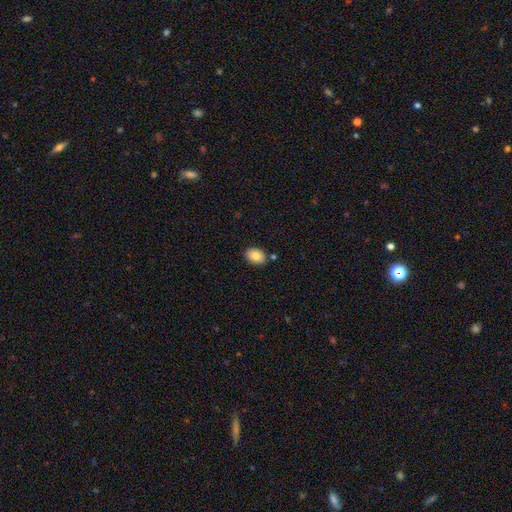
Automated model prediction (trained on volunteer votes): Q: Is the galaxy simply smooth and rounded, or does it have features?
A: smooth — 83%.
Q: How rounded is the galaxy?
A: in between — 77%.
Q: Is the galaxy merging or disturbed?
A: none — 81%.